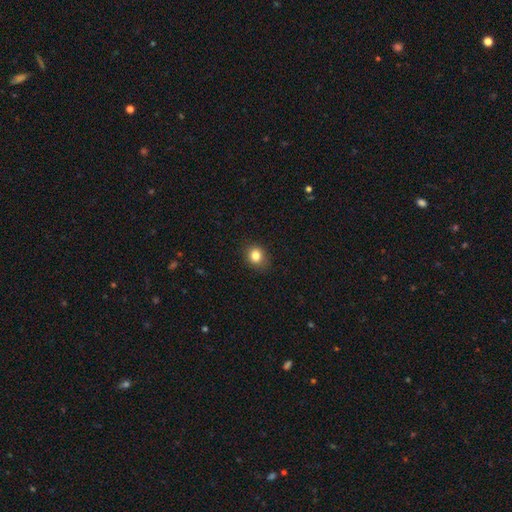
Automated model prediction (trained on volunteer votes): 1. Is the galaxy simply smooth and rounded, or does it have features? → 82% smooth, 11% star or artifact, 6% featured or disk.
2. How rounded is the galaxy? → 65% round, 34% in between, 1% cigar-shaped.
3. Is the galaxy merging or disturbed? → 85% none, 11% minor disturbance, 3% major disturbance, 1% merger.